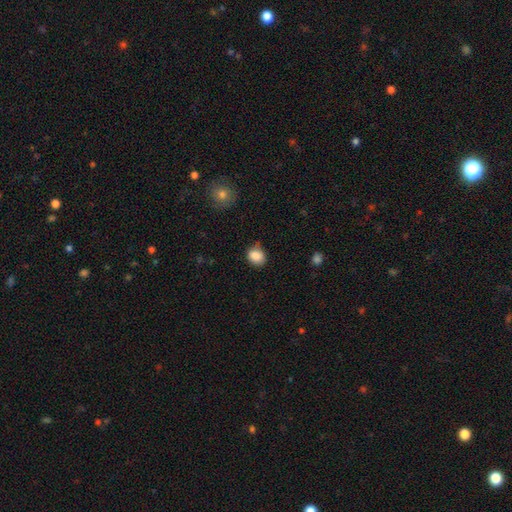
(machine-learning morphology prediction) Smooth or featured? smooth (87%)
How rounded? round (56%)
Merging? none (69%)